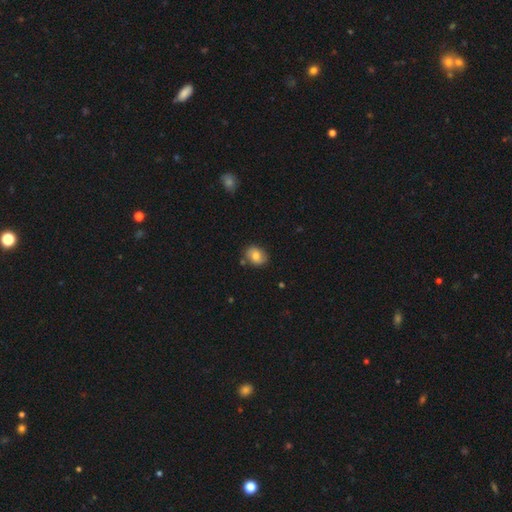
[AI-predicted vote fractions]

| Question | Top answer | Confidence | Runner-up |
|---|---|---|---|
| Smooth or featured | smooth | 78% | featured or disk (13%) |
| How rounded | in between | 54% | round (45%) |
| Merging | none | 81% | minor disturbance (13%) |